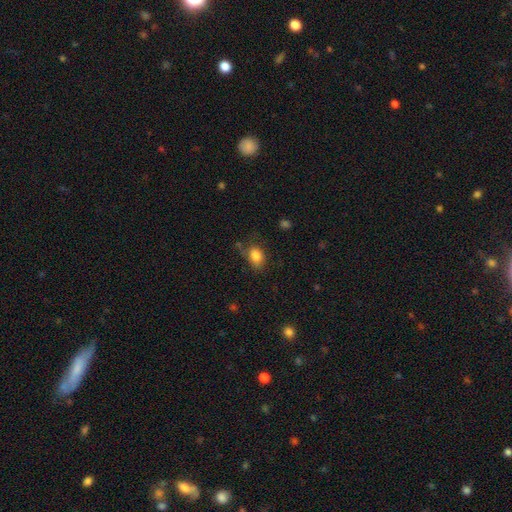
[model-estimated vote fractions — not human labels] Smooth or featured?
  - smooth: 84% *
  - star or artifact: 9%
  - featured or disk: 7%
How rounded?
  - in between: 73% *
  - round: 26%
  - cigar-shaped: 1%
Merging?
  - none: 66% *
  - minor disturbance: 23%
  - major disturbance: 7%
  - merger: 4%